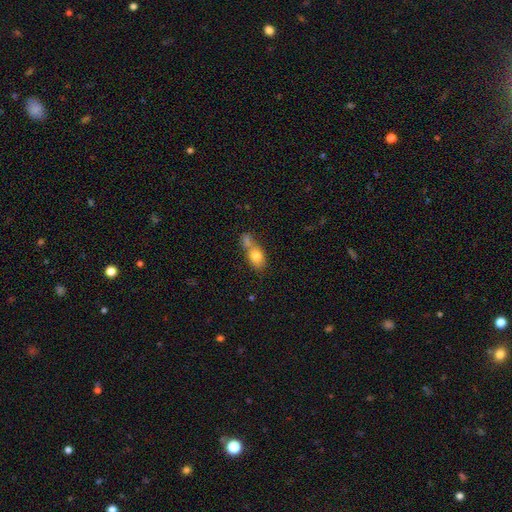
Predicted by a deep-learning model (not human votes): Smooth or featured? Predicted: smooth (p=0.78). How rounded? Predicted: in between (p=0.71). Merging? Predicted: merger (p=0.47).